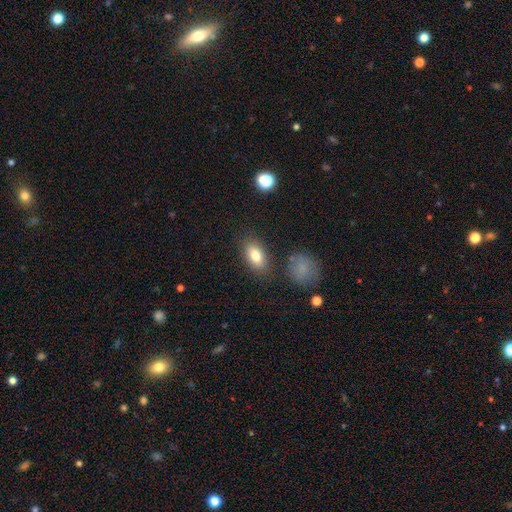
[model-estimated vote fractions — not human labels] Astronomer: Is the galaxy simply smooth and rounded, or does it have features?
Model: smooth — 79%.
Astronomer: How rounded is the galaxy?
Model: in between — 88%.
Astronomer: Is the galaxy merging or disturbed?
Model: none — 81%.